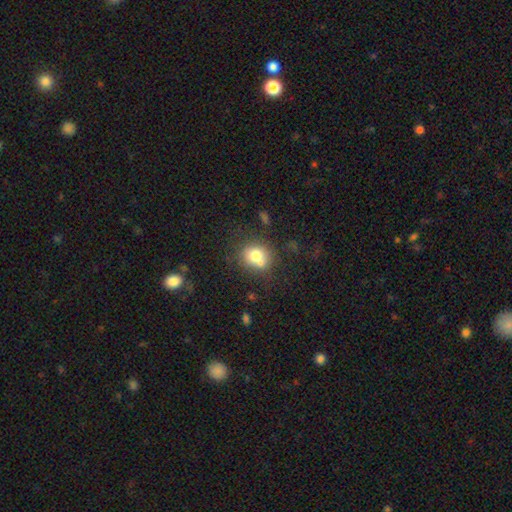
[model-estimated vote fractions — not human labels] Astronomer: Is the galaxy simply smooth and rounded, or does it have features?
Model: smooth — 72%.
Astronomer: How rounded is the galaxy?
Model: round — 74%.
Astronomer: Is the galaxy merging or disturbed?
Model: none — 50% (runner-up: merger, 31%).